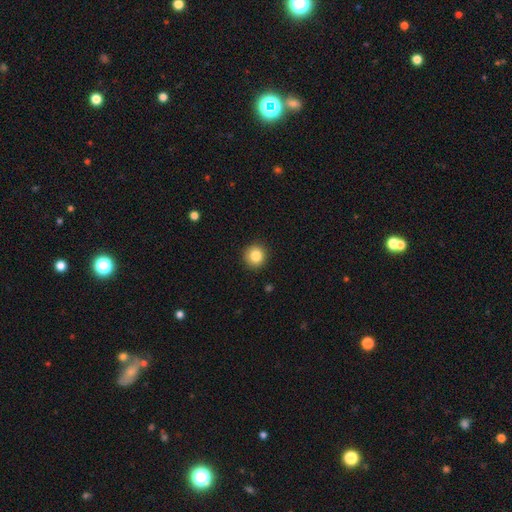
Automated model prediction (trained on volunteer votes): A smooth galaxy with no disk features (85%) that is round (94%).

Vote fractions:
- Smooth or featured? smooth: 85% / star or artifact: 10% / featured or disk: 5%
- How rounded? round: 94% / in between: 5% / cigar-shaped: 1%
- Merging? none: 91% / minor disturbance: 6% / major disturbance: 2% / merger: 1%